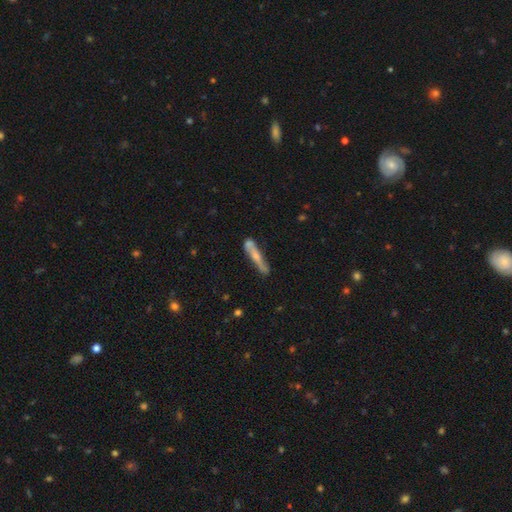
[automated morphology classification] Smooth or featured? Predicted: featured or disk (p=0.51). Edge-on disk? Predicted: yes (p=0.81). Merging? Predicted: none (p=0.66).